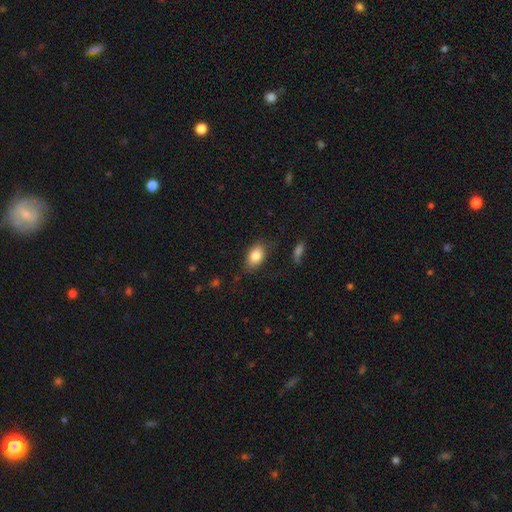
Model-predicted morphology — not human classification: Smooth or featured? Predicted: smooth (p=0.84). How rounded? Predicted: in between (p=0.88). Merging? Predicted: none (p=0.76).